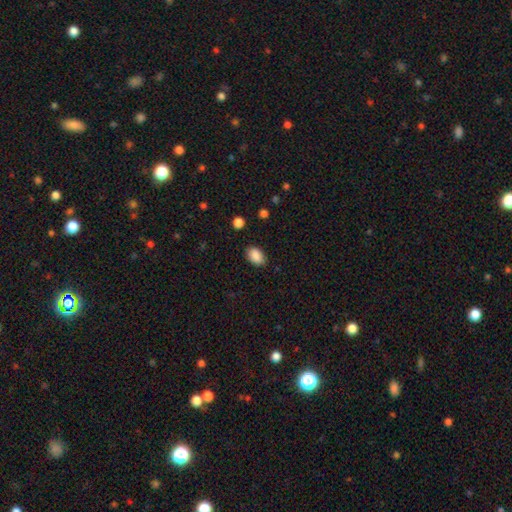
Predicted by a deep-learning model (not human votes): Smooth or featured? Predicted: smooth (p=0.89). How rounded? Predicted: in between (p=0.87). Merging? Predicted: none (p=0.86).